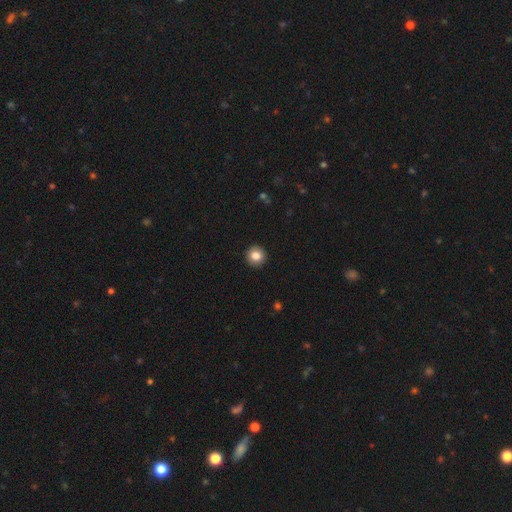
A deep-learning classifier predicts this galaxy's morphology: Smooth or featured? smooth (84%)
How rounded? round (95%)
Merging? none (93%)